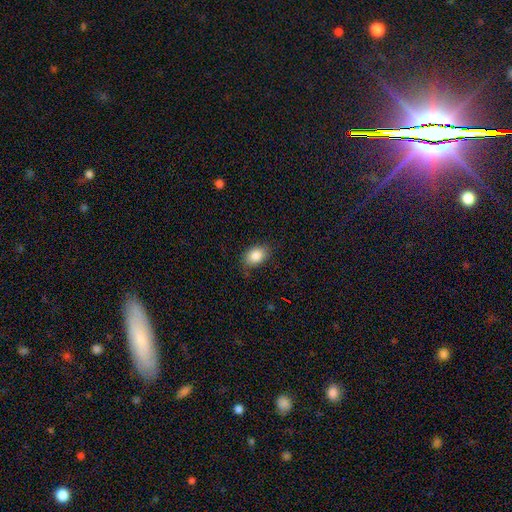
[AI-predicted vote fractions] Overall: smooth (86%). How rounded: in between (80%). Merging: none (80%).